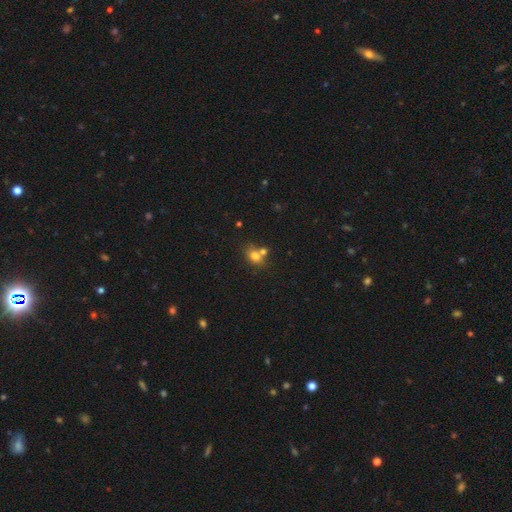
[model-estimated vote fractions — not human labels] This is likely a smooth galaxy (75%). How rounded: possibly in between (56%). Merging: possibly none (45%).